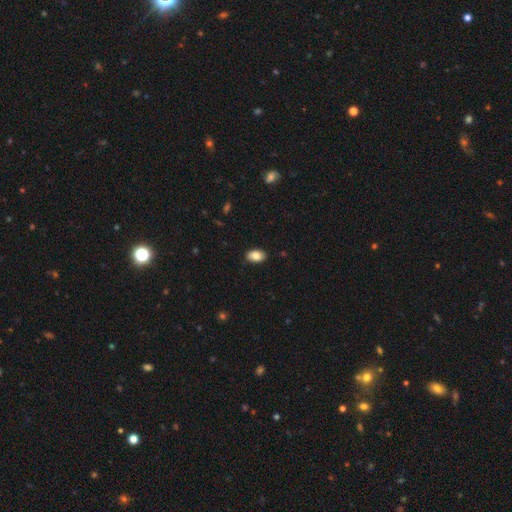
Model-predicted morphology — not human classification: smooth-or-featured: smooth: 85% | star or artifact: 7% | featured or disk: 7%
  how-rounded: in between: 90% | round: 8% | cigar-shaped: 1%
  merging: none: 87% | minor disturbance: 10% | major disturbance: 2% | merger: 1%